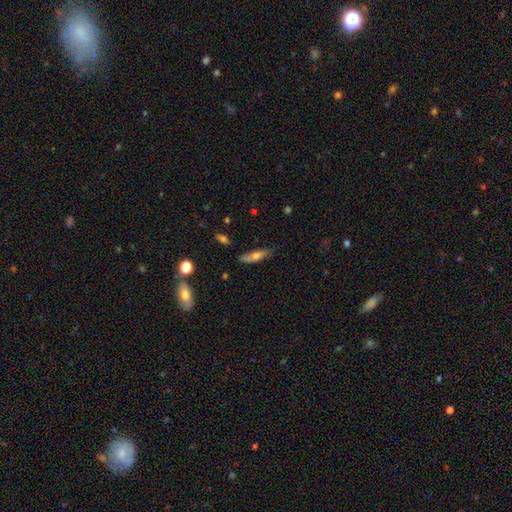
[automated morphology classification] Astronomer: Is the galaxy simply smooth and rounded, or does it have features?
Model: smooth — 63%.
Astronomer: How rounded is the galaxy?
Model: cigar-shaped — 63%.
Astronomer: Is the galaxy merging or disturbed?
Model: none — 75%.